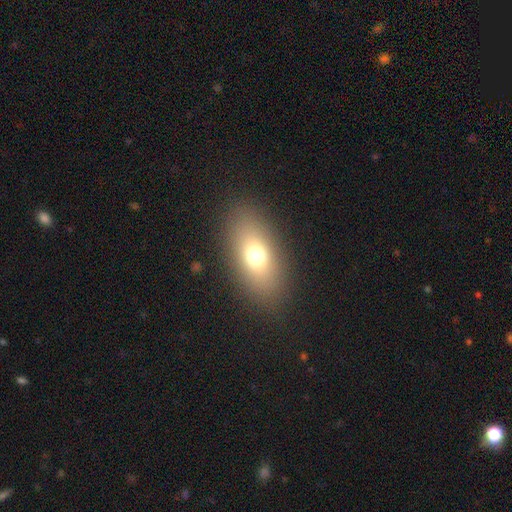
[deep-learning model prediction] Morphology: type=smooth (71%); roundness=in between (84%); merging=none (86%).